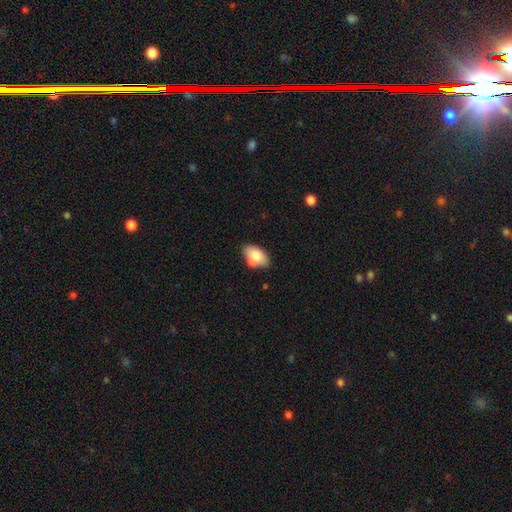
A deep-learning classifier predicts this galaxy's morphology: The model was most divided on "merging": none: 54%, merger: 24%, minor disturbance: 17%, major disturbance: 5%. More confident: how rounded — in between (91%); smooth or featured — smooth (71%).